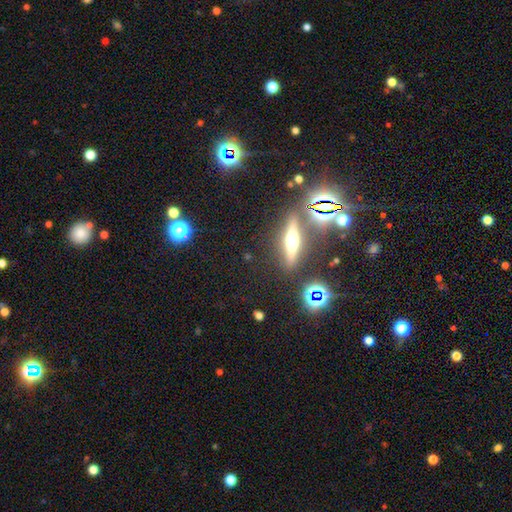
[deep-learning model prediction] smooth_or_featured: featured or disk (p=0.43) [alt: star or artifact p=0.34]
merging: none (p=0.75) [alt: minor disturbance p=0.11]